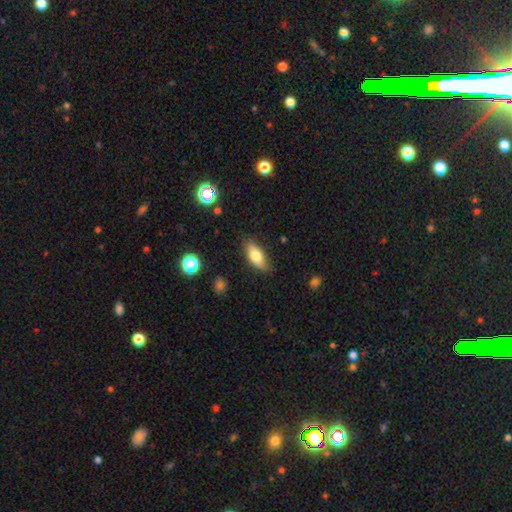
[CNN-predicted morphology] A smooth galaxy with no disk features (78%) that is in between round and cigar-shaped (79%).

Vote fractions:
- Smooth or featured? smooth: 78% / featured or disk: 15% / star or artifact: 7%
- How rounded? in between: 79% / cigar-shaped: 18% / round: 3%
- Merging? none: 82% / minor disturbance: 14% / major disturbance: 3% / merger: 1%